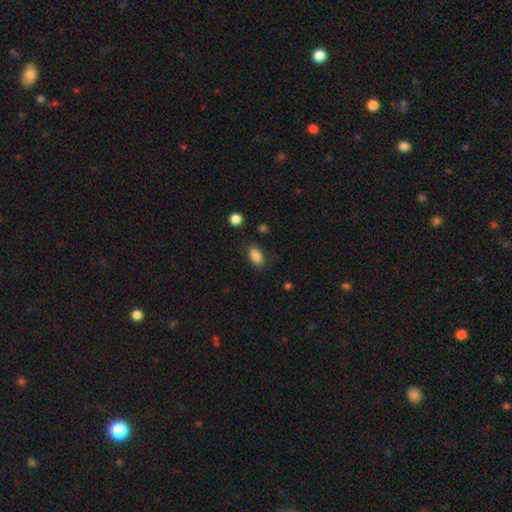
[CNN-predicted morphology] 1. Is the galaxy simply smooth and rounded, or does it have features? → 86% smooth, 8% star or artifact, 5% featured or disk.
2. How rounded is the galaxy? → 89% in between, 6% round, 5% cigar-shaped.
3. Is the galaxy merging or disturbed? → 78% none, 16% minor disturbance, 5% major disturbance, 2% merger.